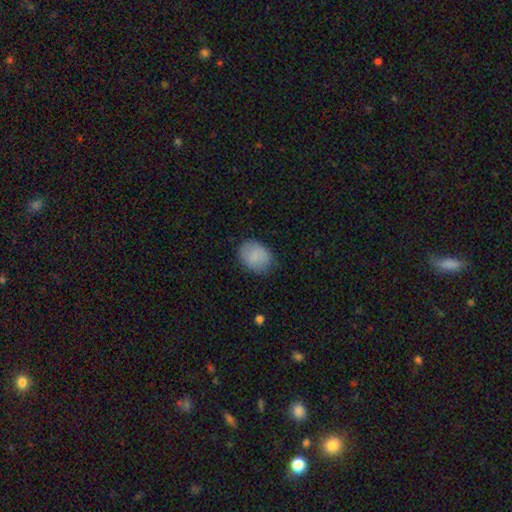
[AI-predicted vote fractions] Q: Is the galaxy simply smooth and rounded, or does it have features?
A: smooth — 86%.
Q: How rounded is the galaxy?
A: in between — 65%.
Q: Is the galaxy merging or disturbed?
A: none — 77%.